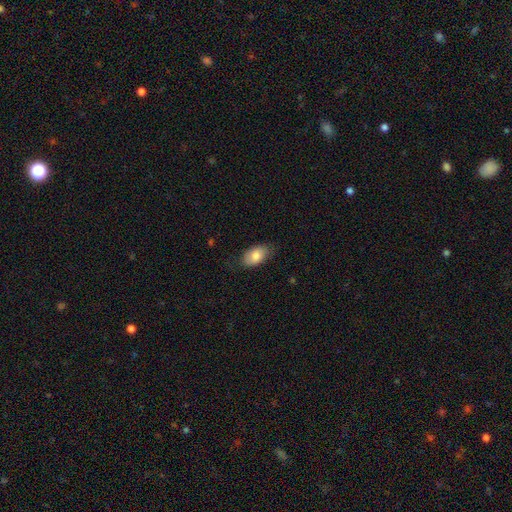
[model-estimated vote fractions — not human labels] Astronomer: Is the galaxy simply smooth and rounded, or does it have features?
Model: smooth — 81%.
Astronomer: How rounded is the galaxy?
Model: in between — 93%.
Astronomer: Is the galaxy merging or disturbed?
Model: none — 77%.